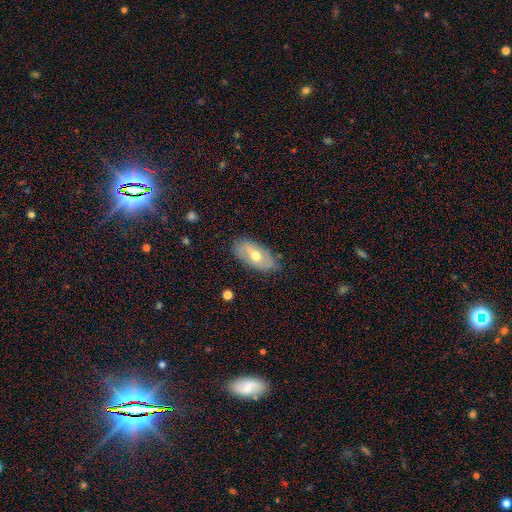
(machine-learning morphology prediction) Smooth or featured? featured or disk (48%)
Merging? none (79%)